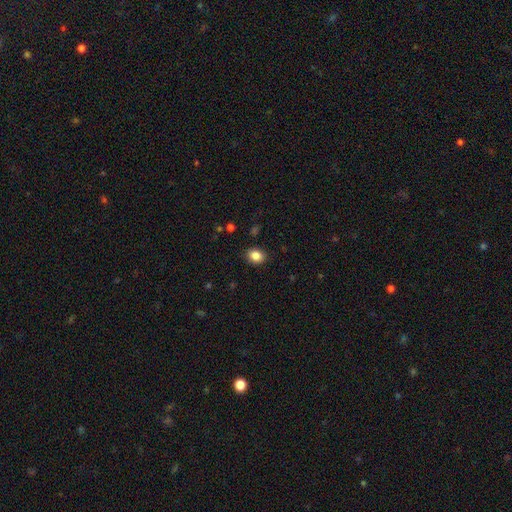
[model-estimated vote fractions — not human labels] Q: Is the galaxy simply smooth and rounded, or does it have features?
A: smooth — 85%.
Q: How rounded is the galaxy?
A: in between — 61%.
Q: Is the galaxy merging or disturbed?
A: none — 88%.